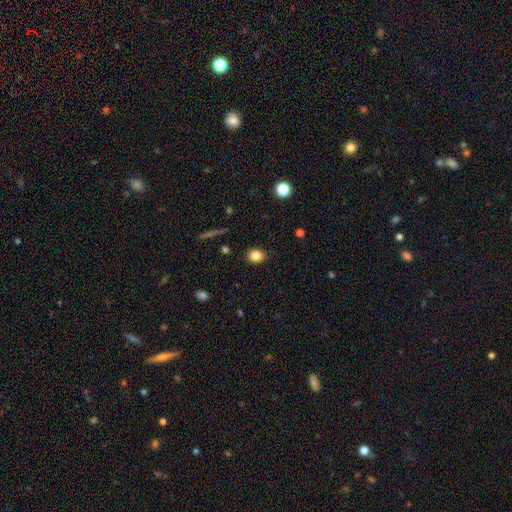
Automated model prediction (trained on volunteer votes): A smooth galaxy with no disk features (83%) that is round (61%). Merging: none (89%).